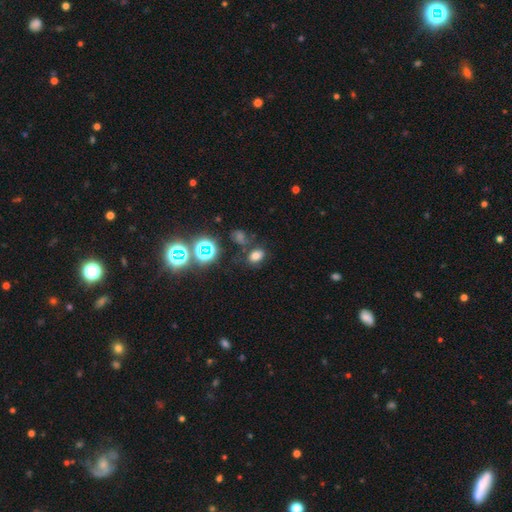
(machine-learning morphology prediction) Q: Smooth or featured?
A: smooth (66%); runner-up: star or artifact (25%)
Q: How rounded?
A: in between (69%); runner-up: round (29%)
Q: Merging?
A: none (68%); runner-up: minor disturbance (15%)